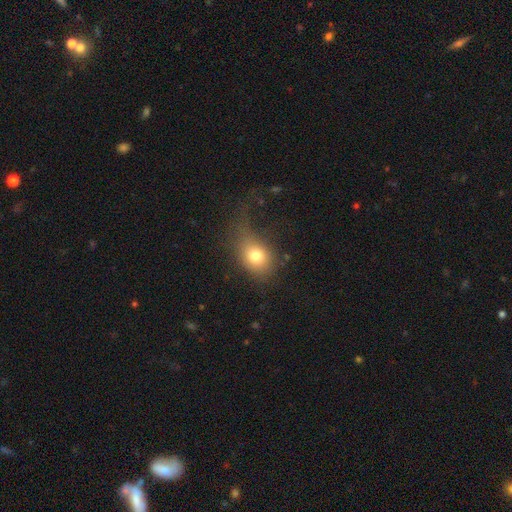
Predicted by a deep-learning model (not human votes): smooth-or-featured: smooth: 77% | star or artifact: 12% | featured or disk: 11%
  how-rounded: in between: 52% | round: 46% | cigar-shaped: 2%
  merging: none: 44% | major disturbance: 28% | minor disturbance: 25% | merger: 3%